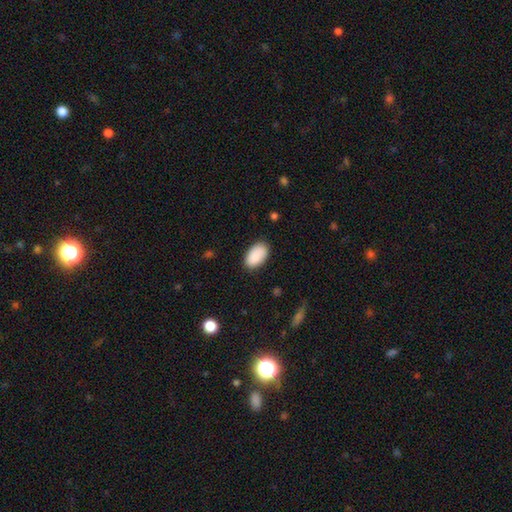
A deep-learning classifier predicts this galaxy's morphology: type=smooth (89%); roundness=in between (94%); merging=none (83%).